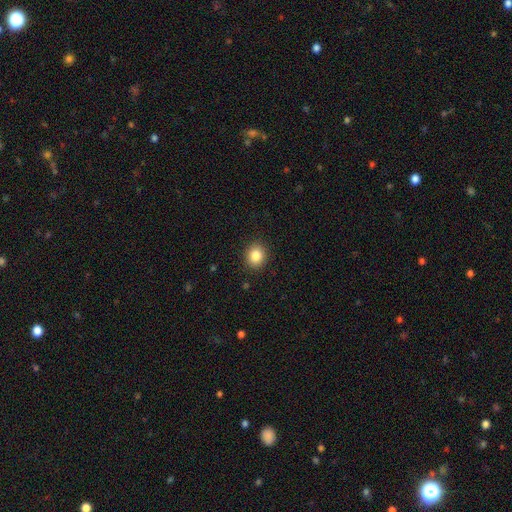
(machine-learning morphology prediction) The model was most divided on "how rounded": round: 74%, in between: 25%, cigar-shaped: 1%. More confident: merging — none (90%); smooth or featured — smooth (84%).